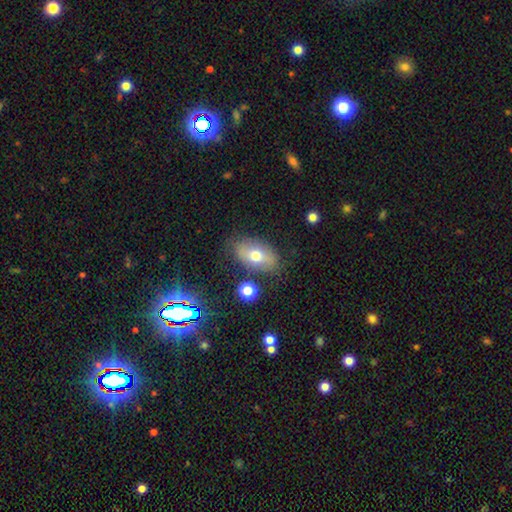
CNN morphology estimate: smooth 62%, featured or disk 29%, star or artifact 10%. Down the decision tree: how rounded — in between (87%); merging — none (76%).